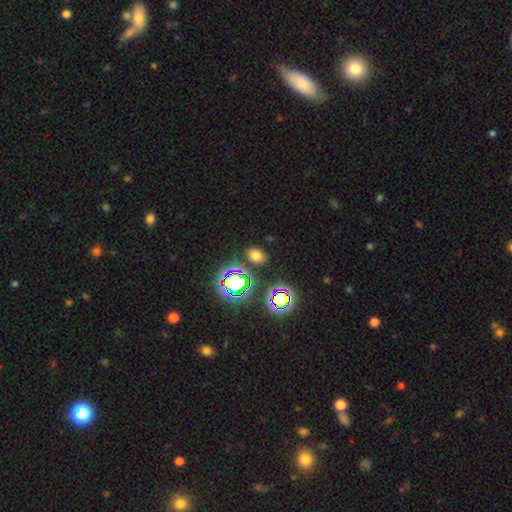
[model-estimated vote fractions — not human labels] Smooth or featured?
  - smooth: 66% *
  - star or artifact: 26%
  - featured or disk: 8%
How rounded?
  - in between: 68% *
  - round: 30%
  - cigar-shaped: 2%
Merging?
  - none: 83% *
  - minor disturbance: 10%
  - merger: 4%
  - major disturbance: 3%